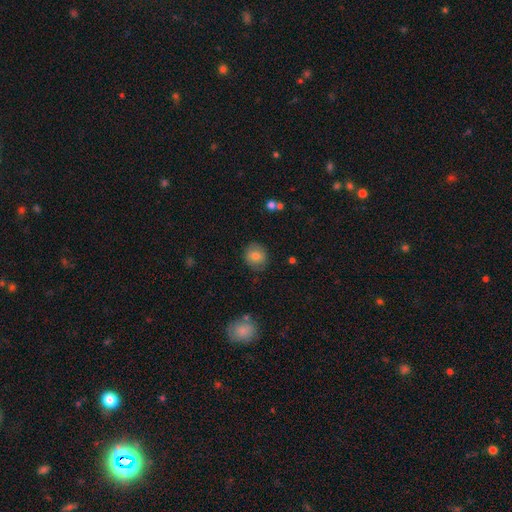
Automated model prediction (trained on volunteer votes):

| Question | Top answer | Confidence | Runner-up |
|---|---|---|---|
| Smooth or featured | smooth | 78% | featured or disk (13%) |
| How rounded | round | 86% | in between (13%) |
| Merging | none | 85% | minor disturbance (11%) |